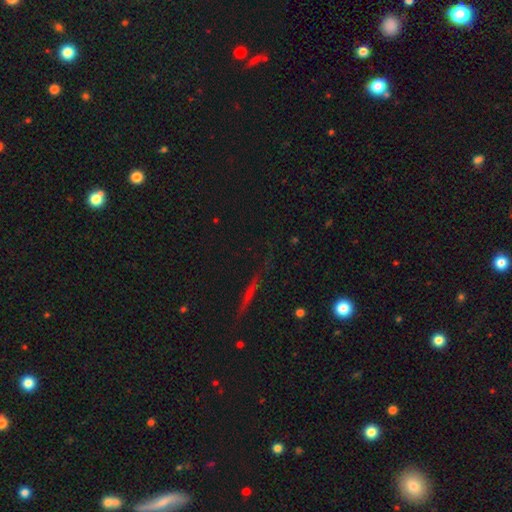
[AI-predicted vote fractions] A star or artifact, not a galaxy (58%).